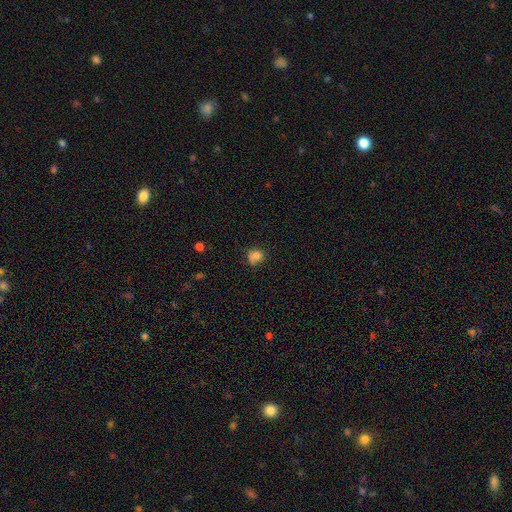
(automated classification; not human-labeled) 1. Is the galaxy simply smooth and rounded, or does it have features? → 77% smooth, 13% star or artifact, 10% featured or disk.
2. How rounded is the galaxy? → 72% round, 27% in between, 1% cigar-shaped.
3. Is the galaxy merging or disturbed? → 55% none, 28% minor disturbance, 11% major disturbance, 6% merger.